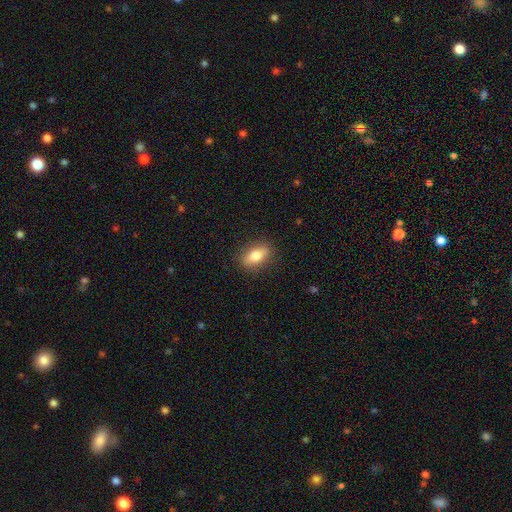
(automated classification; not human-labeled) Smooth or featured?
  - smooth: 75% *
  - featured or disk: 18%
  - star or artifact: 7%
How rounded?
  - in between: 78% *
  - cigar-shaped: 14%
  - round: 8%
Merging?
  - none: 86% *
  - minor disturbance: 10%
  - major disturbance: 3%
  - merger: 1%